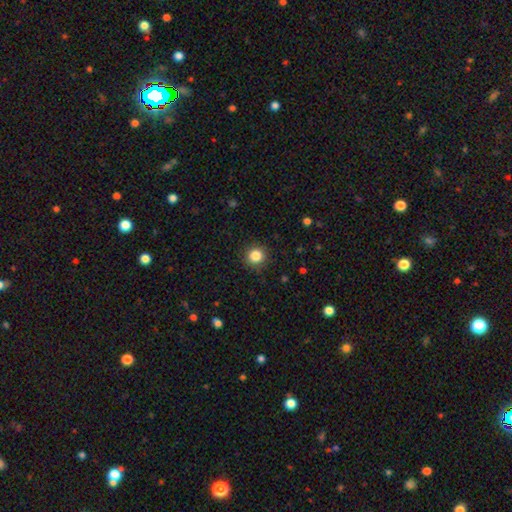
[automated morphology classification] This appears to be a smooth galaxy with no disk features (85%) that is round (93%). Merging: none (90%).